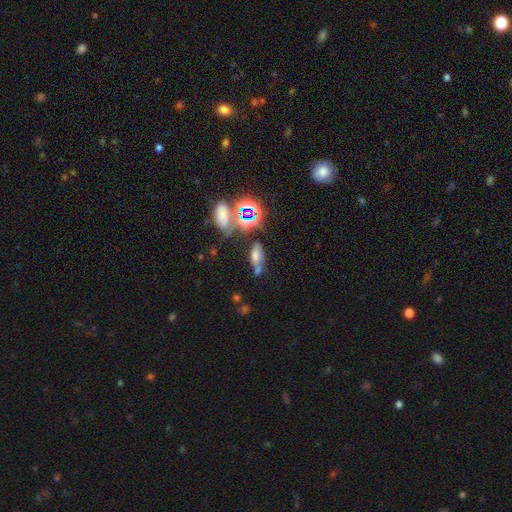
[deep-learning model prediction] Smooth or featured? Predicted: smooth (p=0.47). Merging? Predicted: none (p=0.47).